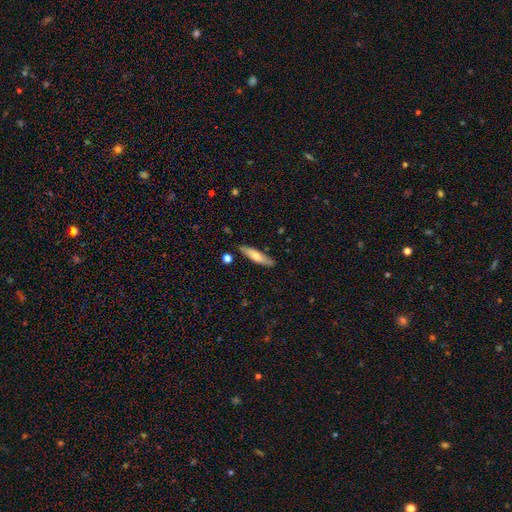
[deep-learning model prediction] Q: Smooth or featured?
A: smooth (64%); runner-up: featured or disk (31%)
Q: How rounded?
A: cigar-shaped (76%); runner-up: in between (23%)
Q: Merging?
A: none (84%); runner-up: minor disturbance (12%)